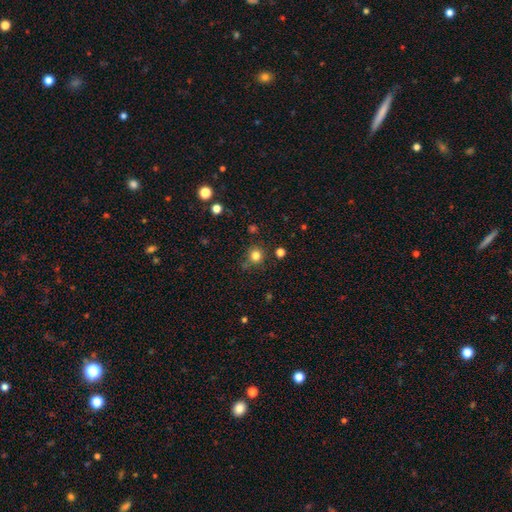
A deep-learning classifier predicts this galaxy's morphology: This appears to be a smooth galaxy with no disk features (80%) that is round (91%). Merging: none (79%).